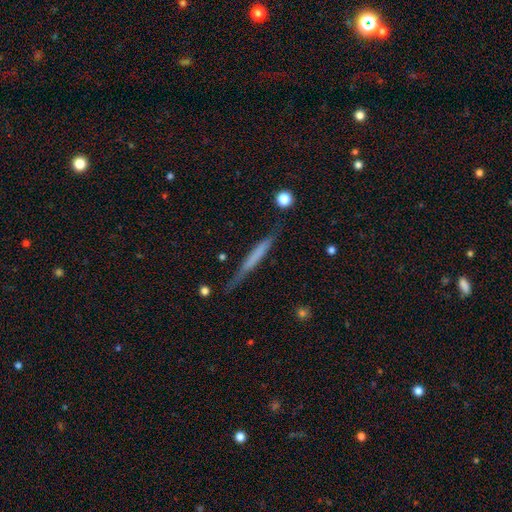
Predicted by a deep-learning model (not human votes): smooth-or-featured: smooth: 49% | featured or disk: 45% | star or artifact: 6%
  merging: none: 75% | minor disturbance: 18% | major disturbance: 5% | merger: 2%